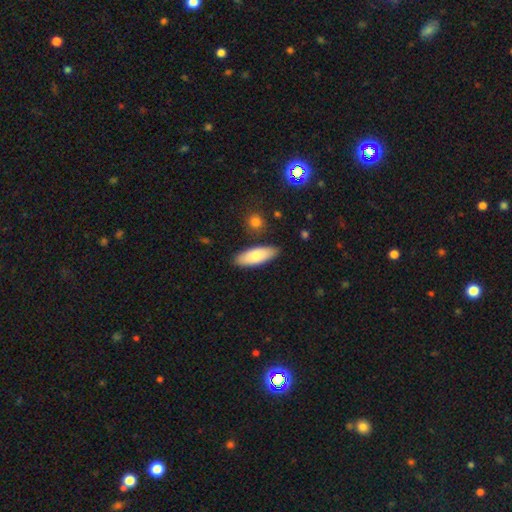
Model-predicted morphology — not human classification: This is likely a smooth galaxy (79%). How rounded: likely in between (69%). Merging: clearly none (86%).